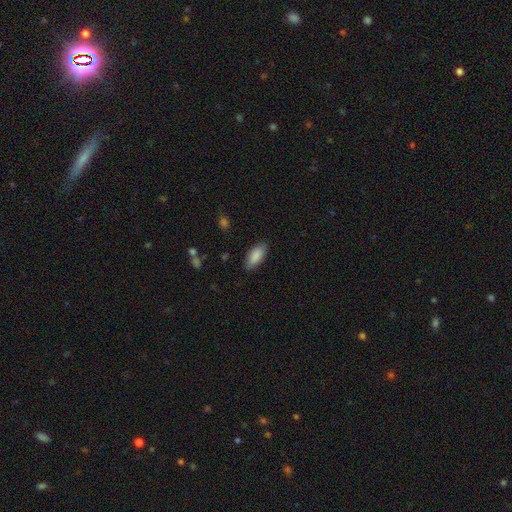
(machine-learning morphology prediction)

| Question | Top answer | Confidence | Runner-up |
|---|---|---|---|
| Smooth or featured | smooth | 89% | star or artifact (6%) |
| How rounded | in between | 88% | cigar-shaped (10%) |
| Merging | none | 85% | minor disturbance (11%) |